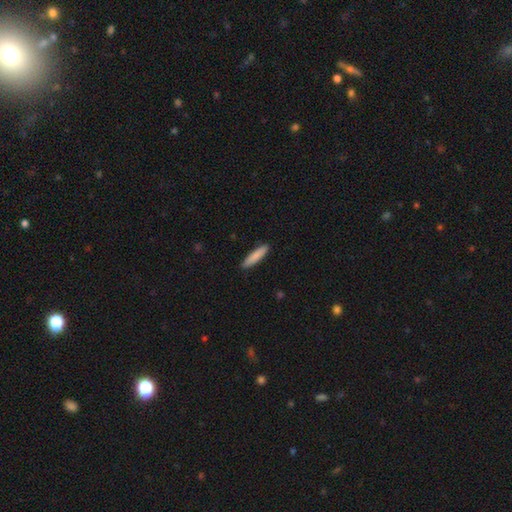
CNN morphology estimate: smooth 86%, featured or disk 9%, star or artifact 5%. Down the decision tree: how rounded — cigar-shaped (81%); merging — none (91%).